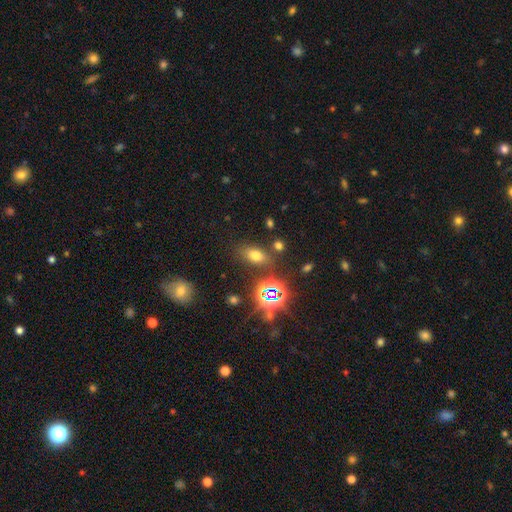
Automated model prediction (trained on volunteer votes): smooth 62%, star or artifact 28%, featured or disk 10%. Down the decision tree: how rounded — in between (80%); merging — none (78%).